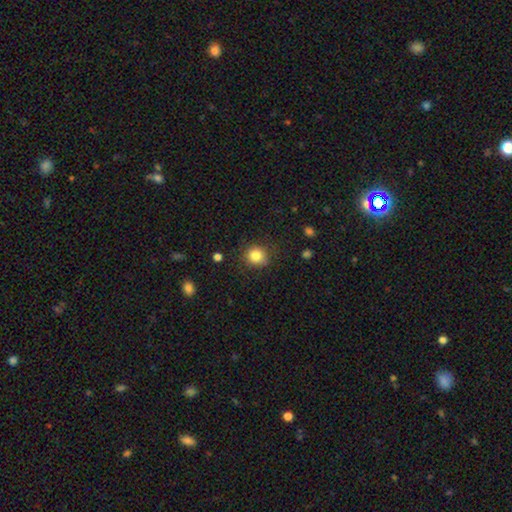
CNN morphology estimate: type=smooth (84%); roundness=round (86%); merging=none (84%).